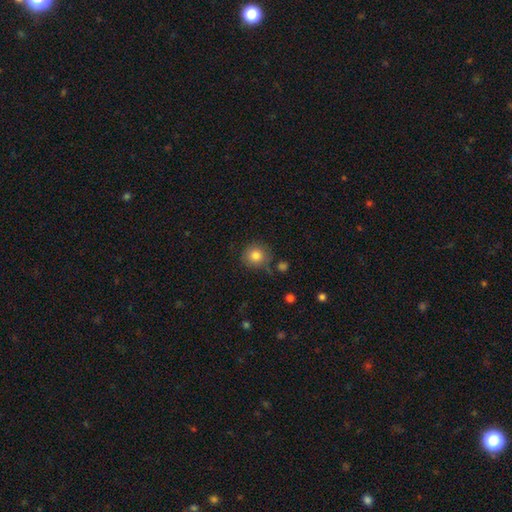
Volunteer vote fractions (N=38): Volunteers were most divided on "merging": none: 69%, minor disturbance: 28%, major disturbance: 3%, merger: 0%. More confident: how rounded — round (91%); smooth or featured — smooth (87%).